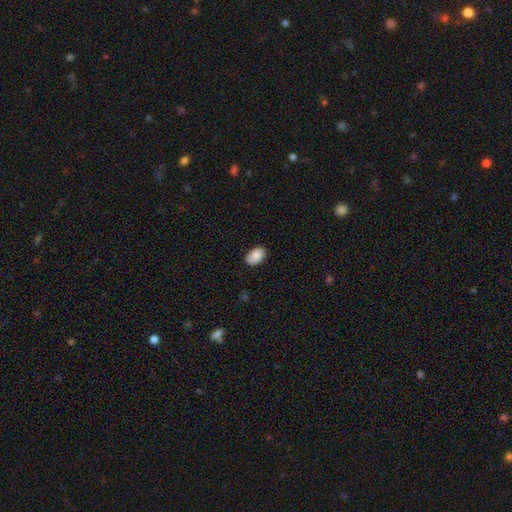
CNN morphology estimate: A smooth galaxy with no disk features (88%) that is in between round and cigar-shaped (92%).

Vote fractions:
- Smooth or featured? smooth: 88% / star or artifact: 7% / featured or disk: 5%
- How rounded? in between: 92% / round: 7% / cigar-shaped: 1%
- Merging? none: 85% / minor disturbance: 12% / major disturbance: 2% / merger: 1%